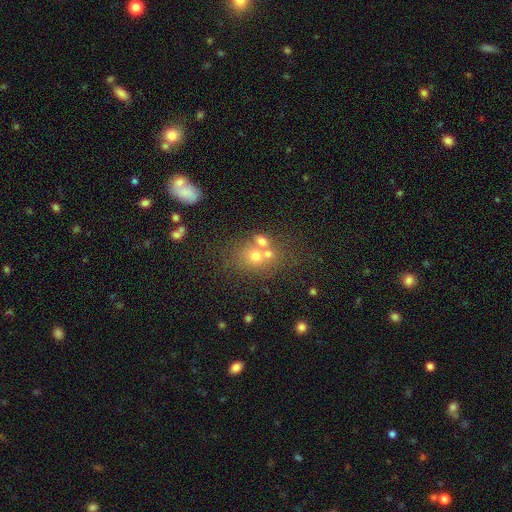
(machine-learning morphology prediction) This is likely a smooth galaxy (60%). How rounded: likely round (67%). Merging: marginally merger (44%).